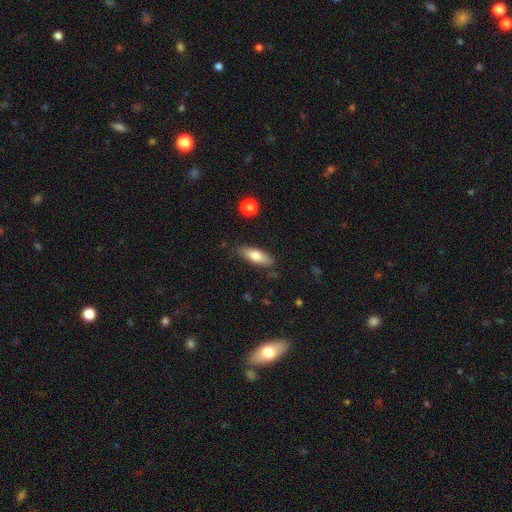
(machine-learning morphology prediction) A smooth galaxy with no disk features (72%) that is in between round and cigar-shaped (62%). Merging: none (84%).